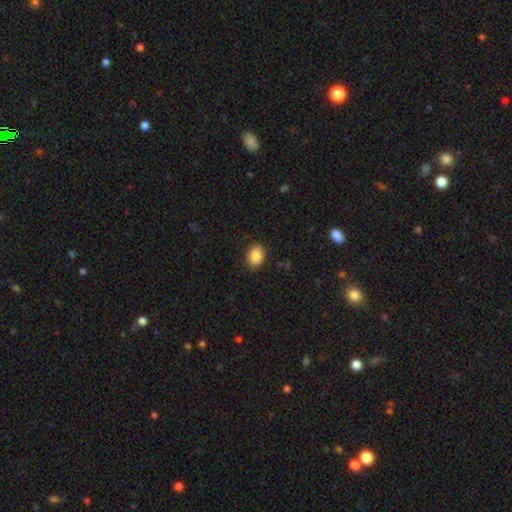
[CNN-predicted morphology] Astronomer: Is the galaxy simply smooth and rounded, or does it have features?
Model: smooth — 87%.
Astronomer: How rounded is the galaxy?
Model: in between — 71%.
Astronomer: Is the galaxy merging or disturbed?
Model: none — 87%.